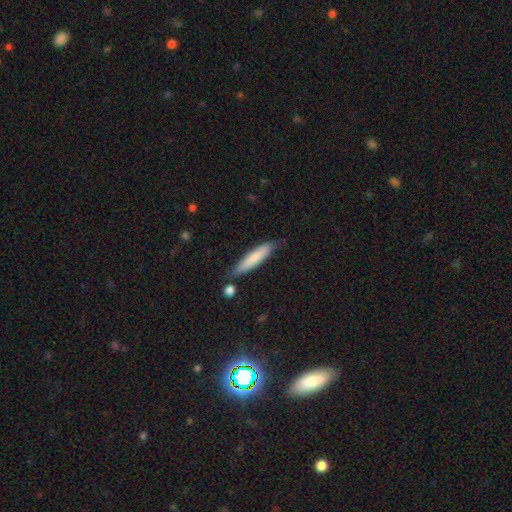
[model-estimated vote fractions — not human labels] smooth_or_featured: smooth (p=0.77) [alt: featured or disk p=0.17]
how_rounded: cigar-shaped (p=0.85) [alt: in between p=0.14]
merging: none (p=0.72) [alt: minor disturbance p=0.19]